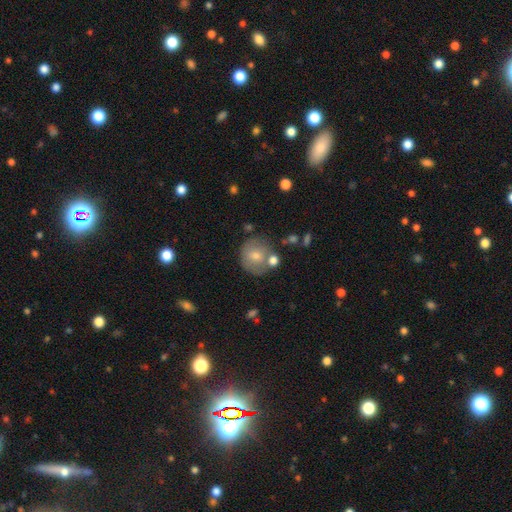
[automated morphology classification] Smooth or featured?
  - smooth: 63% *
  - featured or disk: 26%
  - star or artifact: 11%
How rounded?
  - round: 86% *
  - in between: 13%
  - cigar-shaped: 1%
Merging?
  - none: 65% *
  - minor disturbance: 17%
  - merger: 13%
  - major disturbance: 6%